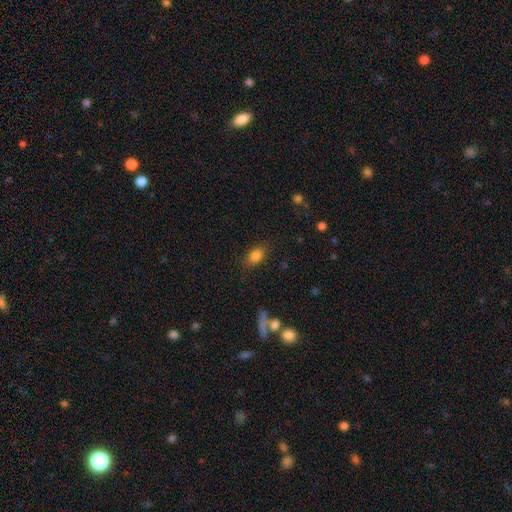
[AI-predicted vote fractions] Smooth or featured? smooth (83%)
How rounded? in between (76%)
Merging? none (82%)